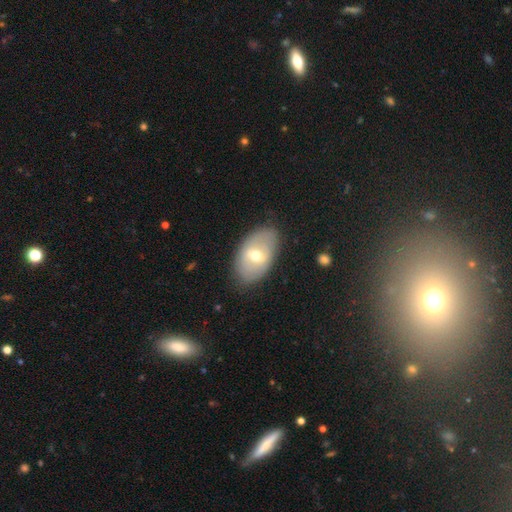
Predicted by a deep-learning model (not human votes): Smooth or featured?
  - smooth: 49% *
  - featured or disk: 44%
  - star or artifact: 7%
Merging?
  - none: 82% *
  - minor disturbance: 14%
  - major disturbance: 4%
  - merger: 1%